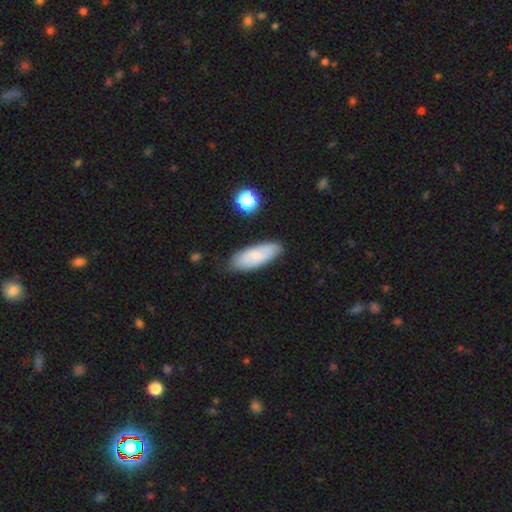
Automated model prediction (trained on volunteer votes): A smooth galaxy with no disk features (68%) that is in between round and cigar-shaped (73%). Merging: none (79%).